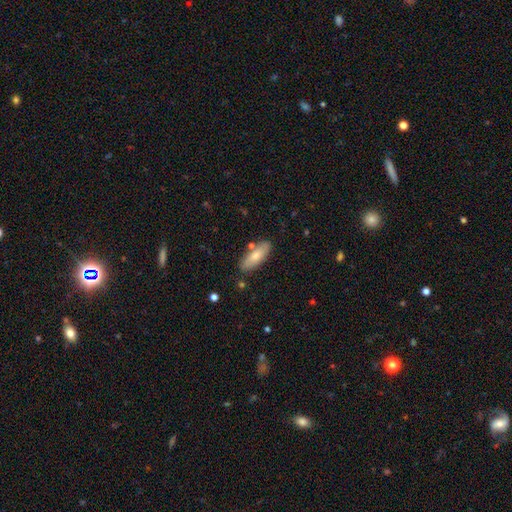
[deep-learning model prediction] Smooth or featured: smooth — 73% (featured or disk — 21%)
How rounded: in between — 67% (cigar-shaped — 31%)
Merging: none — 81% (minor disturbance — 12%)